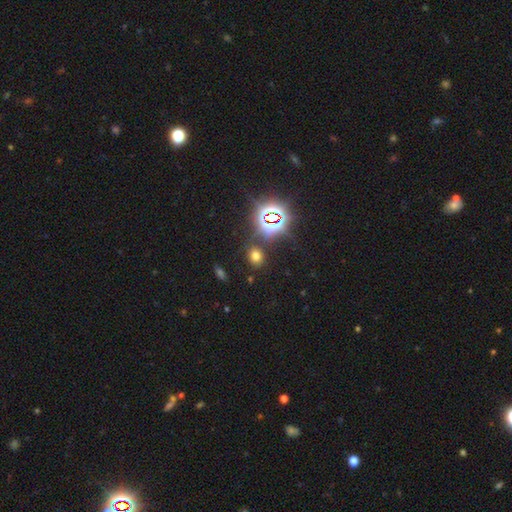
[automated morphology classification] smooth_or_featured: smooth (p=0.59) [alt: star or artifact p=0.33]
how_rounded: round (p=0.53) [alt: in between p=0.45]
merging: none (p=0.83) [alt: minor disturbance p=0.09]